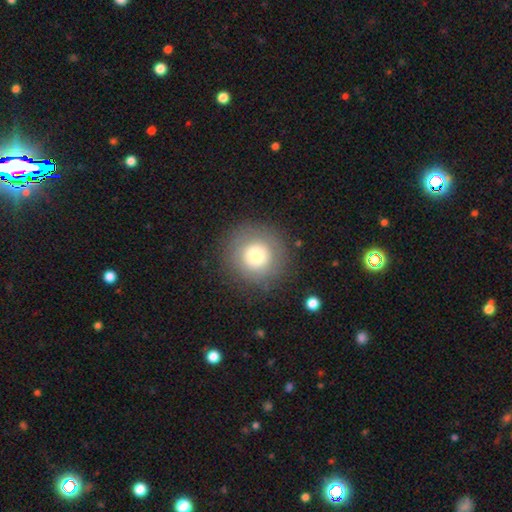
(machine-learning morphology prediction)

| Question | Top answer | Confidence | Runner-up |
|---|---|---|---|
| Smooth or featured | smooth | 69% | featured or disk (19%) |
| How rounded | round | 95% | in between (4%) |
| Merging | none | 84% | minor disturbance (10%) |